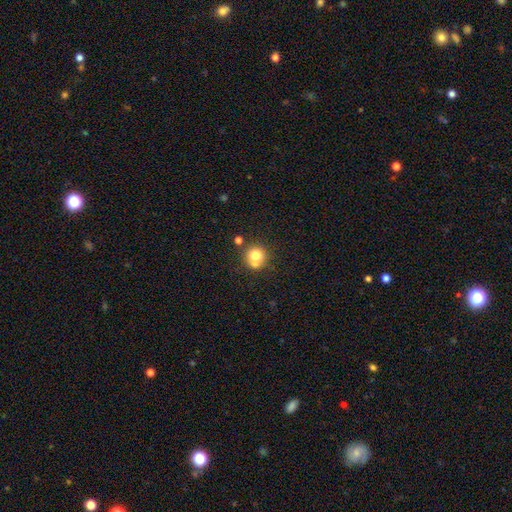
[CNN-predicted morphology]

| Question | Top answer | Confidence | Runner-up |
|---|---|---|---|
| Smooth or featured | smooth | 74% | featured or disk (15%) |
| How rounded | round | 90% | in between (9%) |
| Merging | none | 58% | merger (29%) |